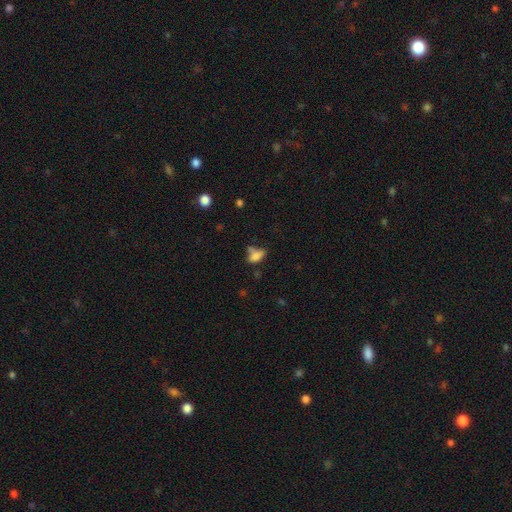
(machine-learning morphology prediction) Overall: smooth (69%). How rounded: in between (81%). Merging: none (35%; minor disturbance 24%).